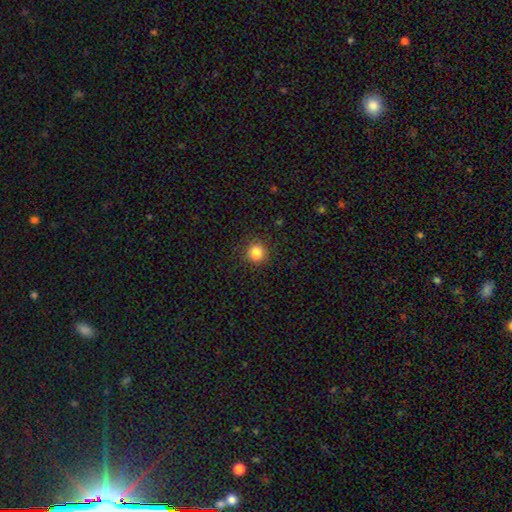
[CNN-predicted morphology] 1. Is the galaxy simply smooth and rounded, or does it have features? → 84% smooth, 12% star or artifact, 4% featured or disk.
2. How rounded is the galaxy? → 86% round, 13% in between, 1% cigar-shaped.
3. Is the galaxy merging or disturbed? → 87% none, 9% minor disturbance, 3% major disturbance, 2% merger.